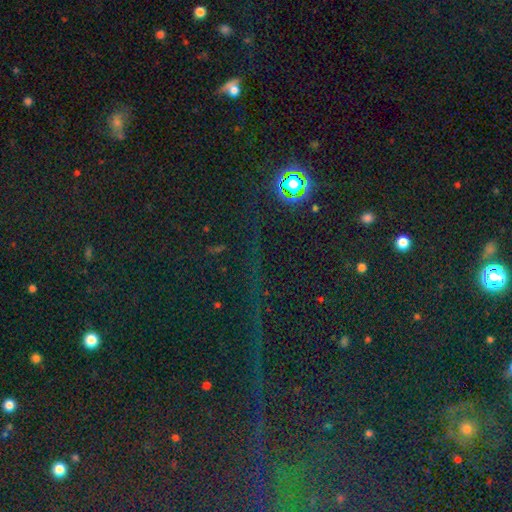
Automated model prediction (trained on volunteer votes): Q: Smooth or featured?
A: star or artifact (82%); runner-up: smooth (11%)